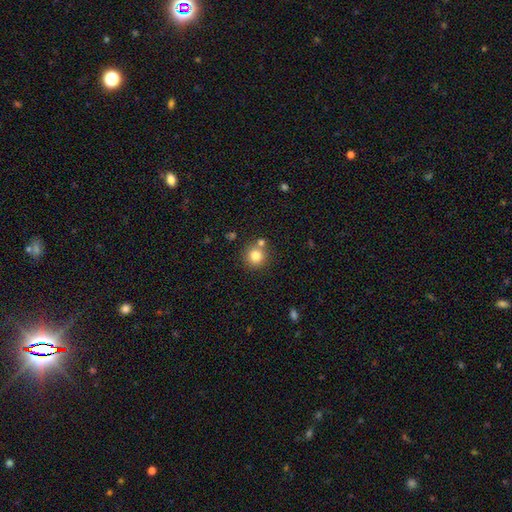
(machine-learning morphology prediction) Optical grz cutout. It shows a smooth galaxy with no disk features (81%) that is round (92%). Merging: none (74%).